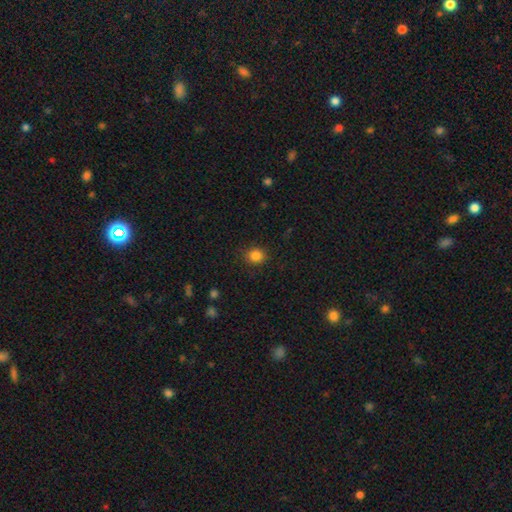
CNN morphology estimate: Smooth or featured? smooth (84%)
How rounded? round (83%)
Merging? none (88%)